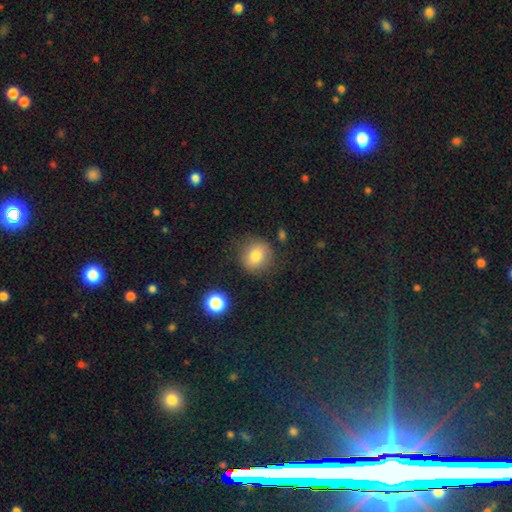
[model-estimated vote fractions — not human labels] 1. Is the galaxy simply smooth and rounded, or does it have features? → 79% smooth, 11% star or artifact, 10% featured or disk.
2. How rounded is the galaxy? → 83% round, 16% in between, 1% cigar-shaped.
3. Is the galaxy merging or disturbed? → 81% none, 12% minor disturbance, 4% major disturbance, 3% merger.